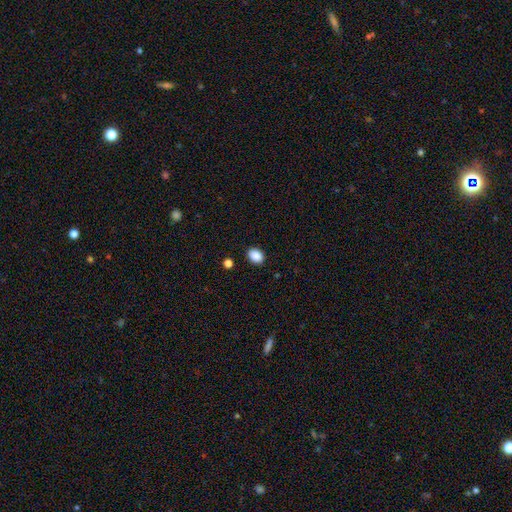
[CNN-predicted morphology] Smooth or featured? Predicted: smooth (p=0.89). How rounded? Predicted: in between (p=0.69). Merging? Predicted: none (p=0.89).